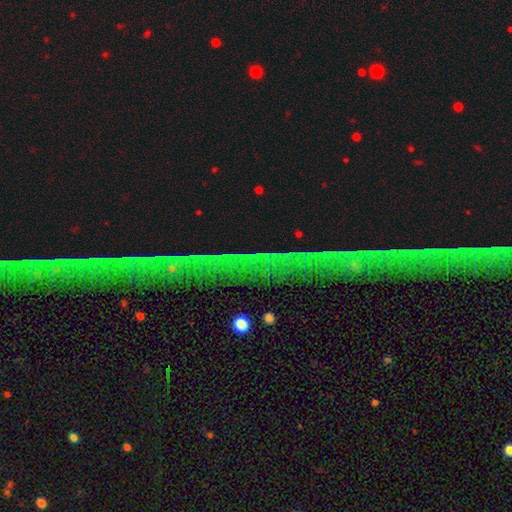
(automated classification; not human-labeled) A star or artifact, not a galaxy (81%).